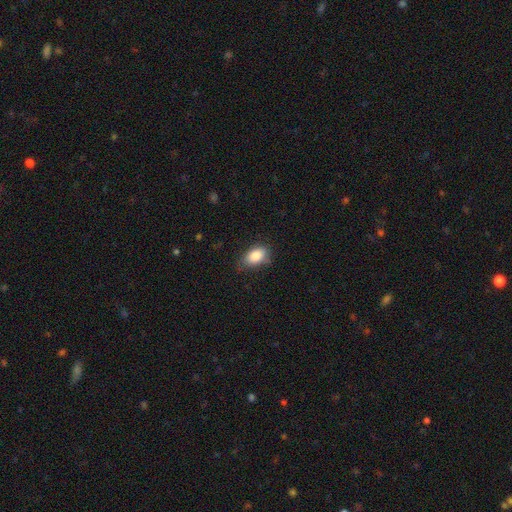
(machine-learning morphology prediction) This appears to be a smooth galaxy with no disk features (86%) that is in between round and cigar-shaped (88%). Merging: none (69%).